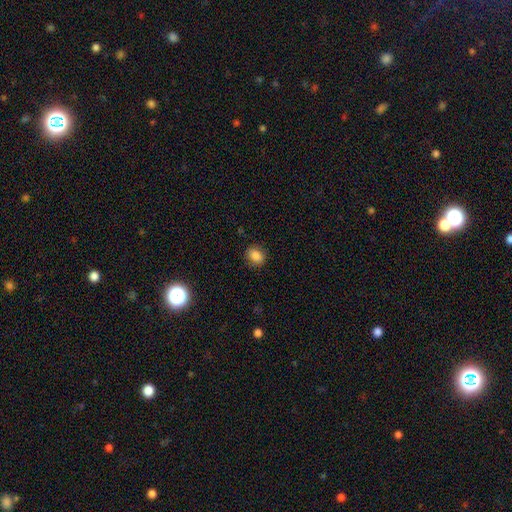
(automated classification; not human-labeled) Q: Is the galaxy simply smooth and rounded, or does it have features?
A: smooth — 85%.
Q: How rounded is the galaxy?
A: in between — 50%.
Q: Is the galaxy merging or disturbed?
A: none — 87%.